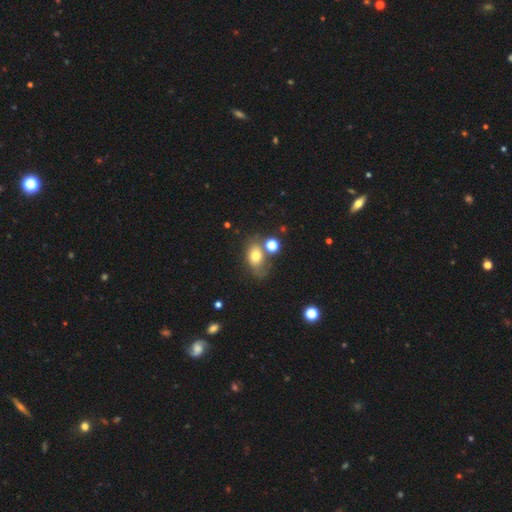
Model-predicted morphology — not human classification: The model was most divided on "merging": none: 49%, minor disturbance: 21%, merger: 19%, major disturbance: 12%. More confident: how rounded — in between (74%); smooth or featured — smooth (71%).